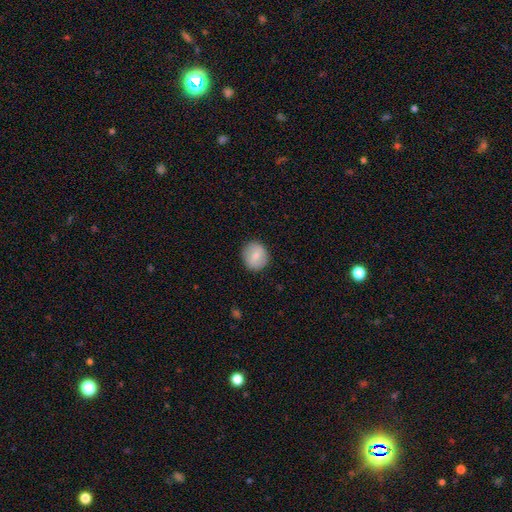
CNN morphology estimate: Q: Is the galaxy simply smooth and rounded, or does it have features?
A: smooth — 78%.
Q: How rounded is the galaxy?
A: round — 84%.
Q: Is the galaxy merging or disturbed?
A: none — 89%.